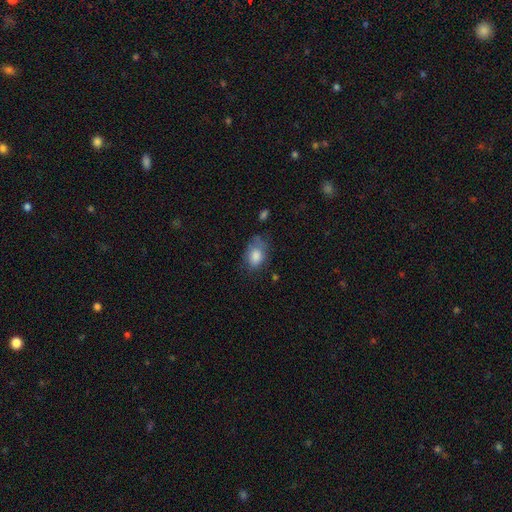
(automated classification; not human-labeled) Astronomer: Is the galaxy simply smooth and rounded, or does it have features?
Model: smooth — 78%.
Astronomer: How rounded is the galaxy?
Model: in between — 82%.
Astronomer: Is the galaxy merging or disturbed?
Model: none — 48% (runner-up: minor disturbance, 33%).